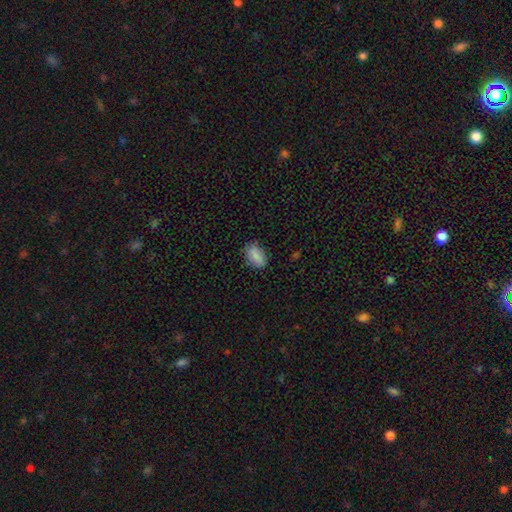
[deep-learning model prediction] A smooth galaxy with no disk features (86%) that is in between round and cigar-shaped (90%). Merging: none (80%).